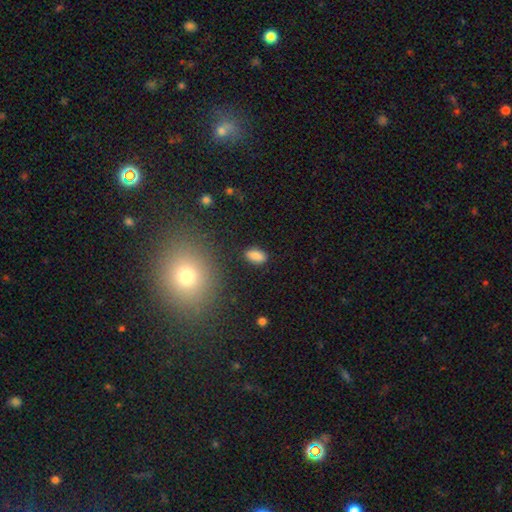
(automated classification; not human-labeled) Morphology: type=smooth (84%); roundness=in between (90%); merging=none (85%).